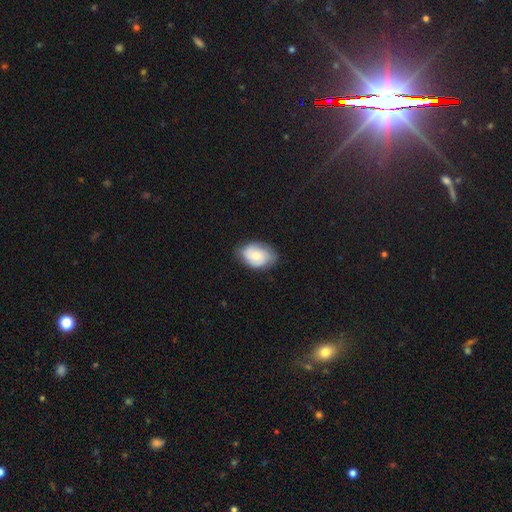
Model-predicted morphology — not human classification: smooth 52%, featured or disk 41%, star or artifact 7%. Down the decision tree: how rounded — in between (78%); merging — none (68%).